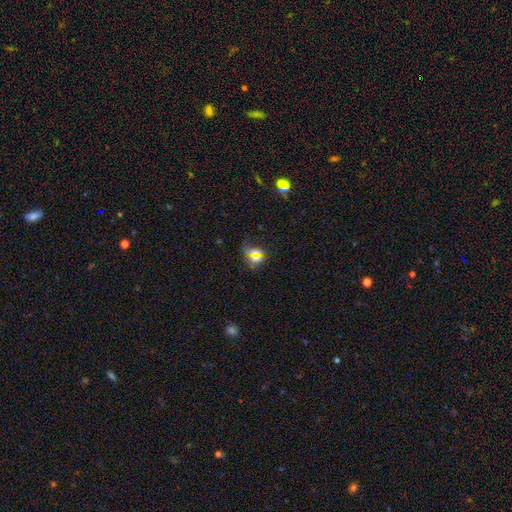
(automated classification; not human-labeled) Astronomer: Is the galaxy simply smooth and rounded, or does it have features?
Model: smooth — 47% (runner-up: star or artifact, 41%).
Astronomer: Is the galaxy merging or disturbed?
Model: none — 69%.